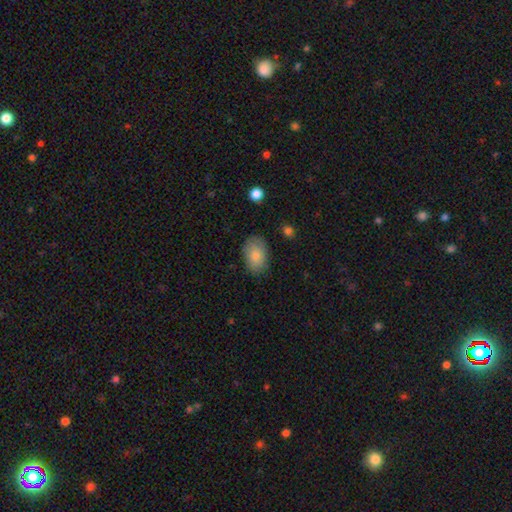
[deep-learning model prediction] This is likely a smooth galaxy (79%). How rounded: clearly in between (86%). Merging: likely none (80%).